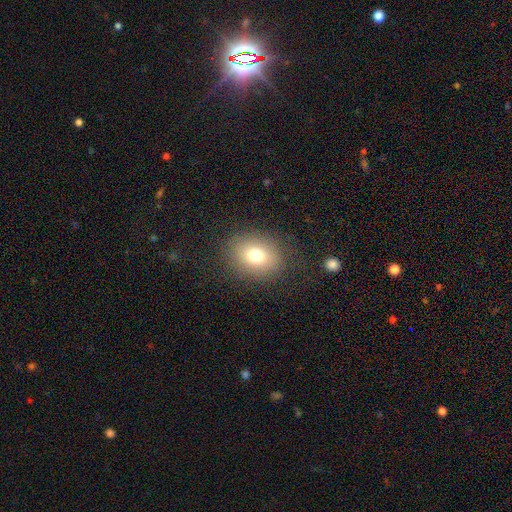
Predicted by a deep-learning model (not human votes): This appears to be a smooth galaxy with no disk features (75%) that is in between round and cigar-shaped (52%). Merging: none (83%).